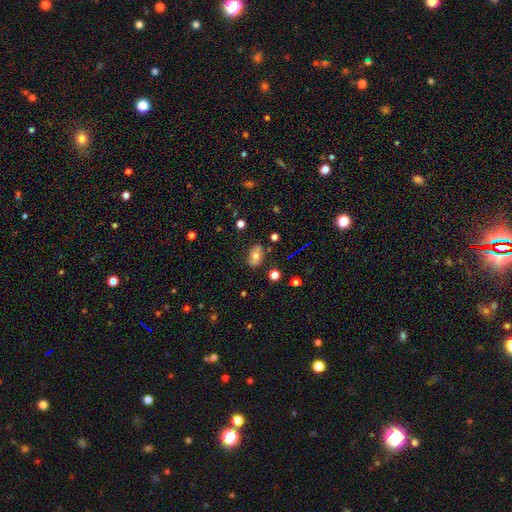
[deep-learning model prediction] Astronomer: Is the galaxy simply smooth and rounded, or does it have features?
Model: smooth — 67%.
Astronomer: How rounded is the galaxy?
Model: in between — 88%.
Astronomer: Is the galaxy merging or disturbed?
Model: none — 80%.